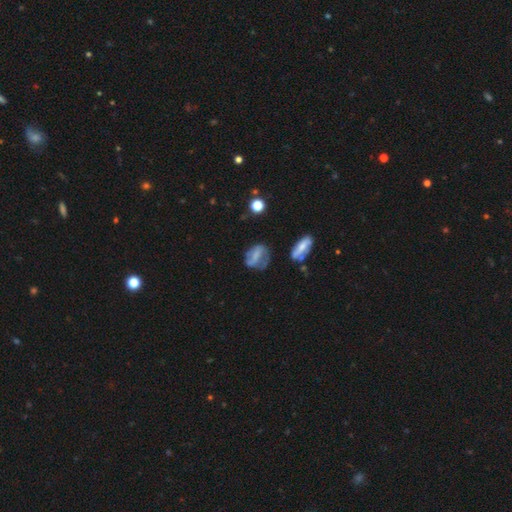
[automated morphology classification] Smooth or featured? Predicted: featured or disk (p=0.46). Merging? Predicted: none (p=0.44).